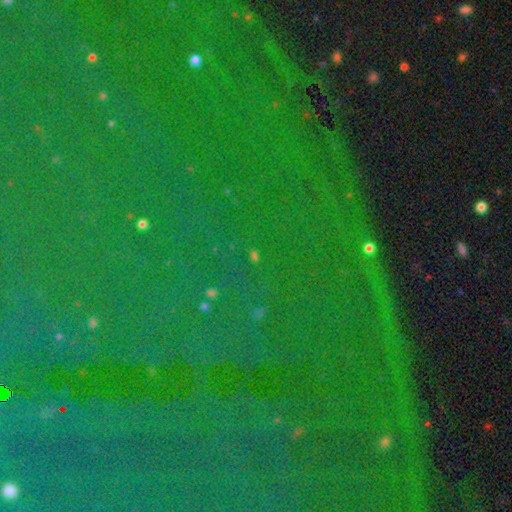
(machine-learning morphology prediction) A star or artifact, not a galaxy (84%).

Vote fractions:
- Smooth or featured? star or artifact: 84% / smooth: 9% / featured or disk: 7%